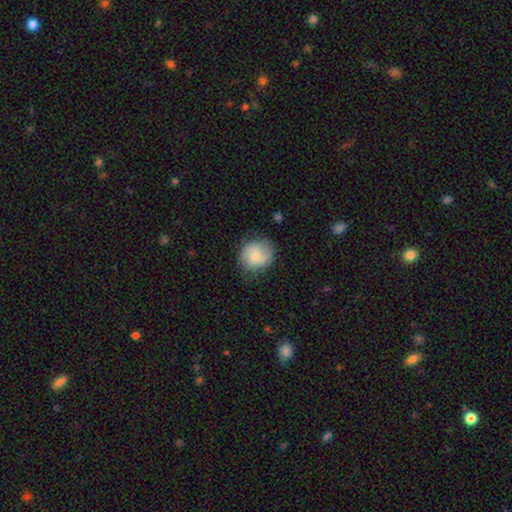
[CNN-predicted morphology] Smooth or featured? Predicted: smooth (p=0.71). How rounded? Predicted: round (p=0.82). Merging? Predicted: none (p=0.73).